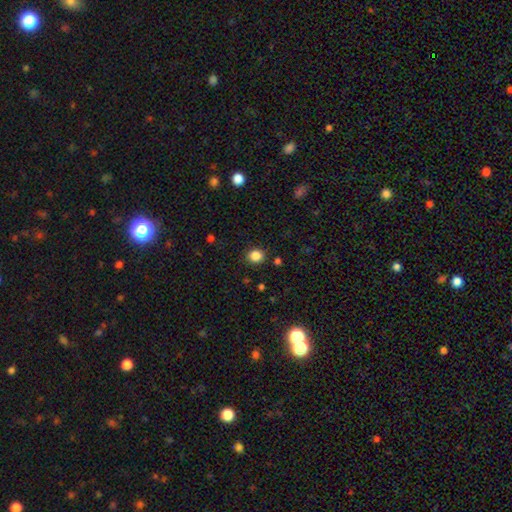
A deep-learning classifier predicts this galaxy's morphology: type=smooth (85%); roundness=round (78%); merging=none (88%).